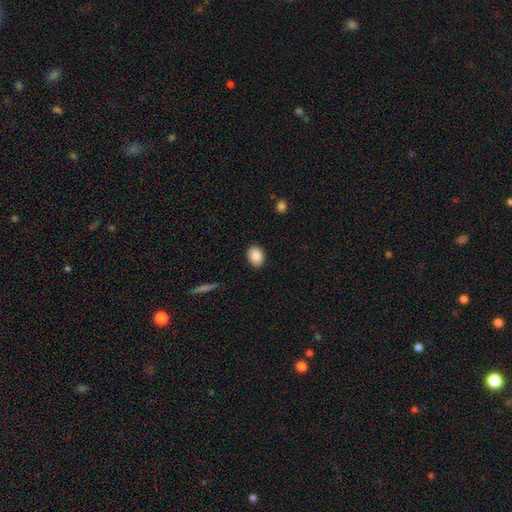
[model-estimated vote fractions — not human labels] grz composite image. It shows a smooth galaxy with no disk features (89%) that is in between round and cigar-shaped (63%). Merging: none (88%).